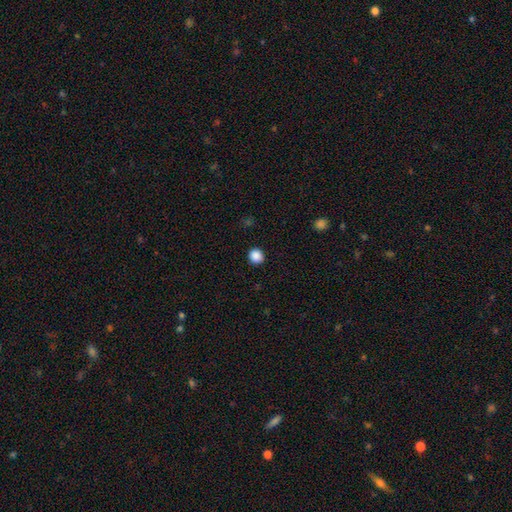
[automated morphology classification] Smooth or featured?
  - smooth: 88% *
  - star or artifact: 10%
  - featured or disk: 2%
How rounded?
  - round: 92% *
  - in between: 7%
  - cigar-shaped: 1%
Merging?
  - none: 92% *
  - minor disturbance: 5%
  - major disturbance: 2%
  - merger: 1%